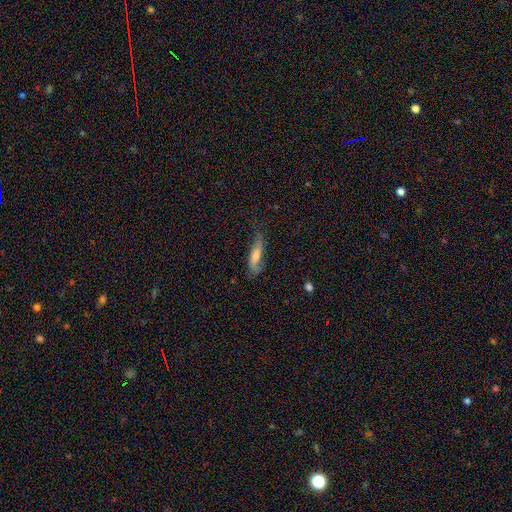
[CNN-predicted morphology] smooth 56%, featured or disk 36%, star or artifact 8%. Down the decision tree: how rounded — cigar-shaped (64%); merging — none (54%).